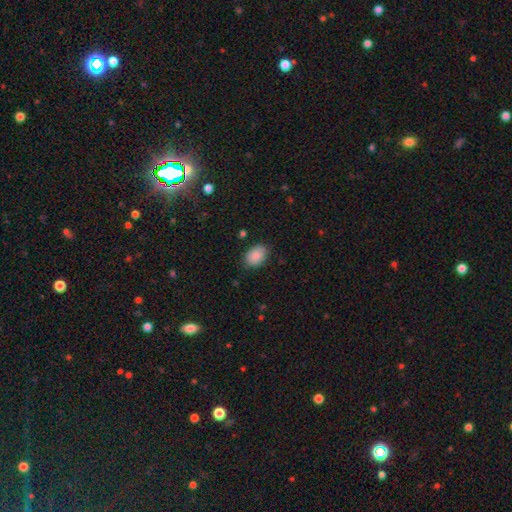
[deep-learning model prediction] Smooth or featured?
  - smooth: 87% *
  - star or artifact: 7%
  - featured or disk: 5%
How rounded?
  - in between: 83% *
  - round: 16%
  - cigar-shaped: 1%
Merging?
  - none: 83% *
  - minor disturbance: 13%
  - major disturbance: 3%
  - merger: 1%